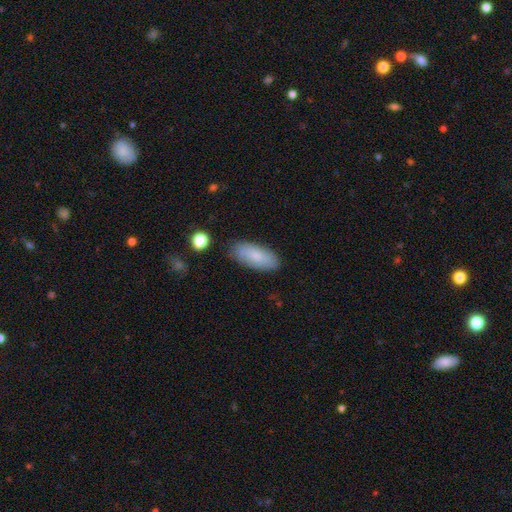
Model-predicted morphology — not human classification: A smooth galaxy with no disk features (77%) that is in between round and cigar-shaped (84%). Merging: none (83%).